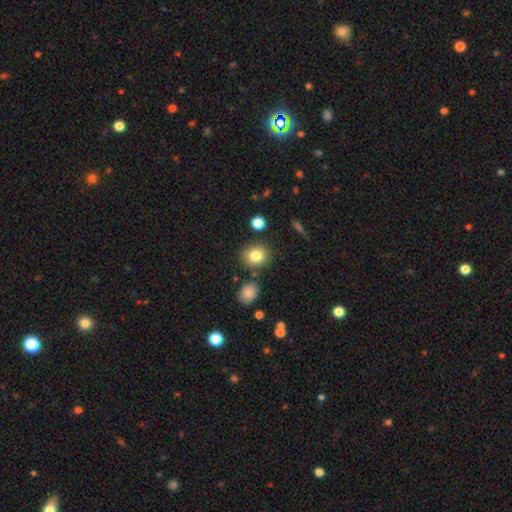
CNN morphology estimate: Smooth or featured?
  - smooth: 82% *
  - star or artifact: 10%
  - featured or disk: 8%
How rounded?
  - round: 72% *
  - in between: 27%
  - cigar-shaped: 1%
Merging?
  - none: 82% *
  - minor disturbance: 10%
  - merger: 6%
  - major disturbance: 3%